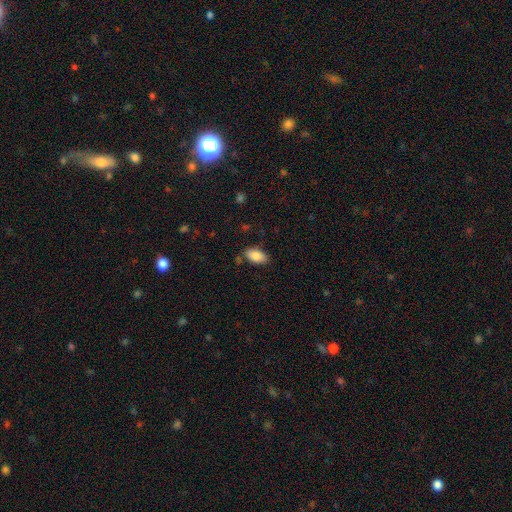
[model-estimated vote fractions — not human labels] A smooth galaxy with no disk features (86%) that is in between round and cigar-shaped (93%).

Vote fractions:
- Smooth or featured? smooth: 86% / star or artifact: 7% / featured or disk: 7%
- How rounded? in between: 93% / round: 4% / cigar-shaped: 3%
- Merging? none: 81% / minor disturbance: 14% / major disturbance: 3% / merger: 3%